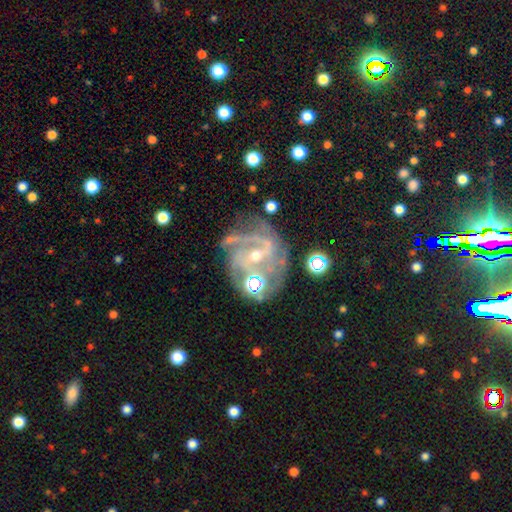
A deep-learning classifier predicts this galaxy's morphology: A featured or disk galaxy (83%) with a weak bar (40%), 2 (30%) medium (43%, tied with tight) spiral arms (94%) and a small central bulge (55%).

Vote fractions:
- Smooth or featured? featured or disk: 83% / star or artifact: 10% / smooth: 6%
- Edge-on disk? no: 97% / yes: 3%
- Bar? weak: 40% / no: 35% / strong: 25%
- Spiral arms? yes: 94% / no: 6%
- Spiral winding? medium: 43% (tied) / tight: 43% (tied) / loose: 14%
- Spiral arm count? 2: 30% / 3: 28% / can't tell: 22% / 4: 9% / 1: 6% / more than 4: 5%
- Bulge size? small: 55% / moderate: 40% / none: 2% / large: 2% / dominant: 1%
- Merging? none: 53% / minor disturbance: 21% / major disturbance: 17% / merger: 8%